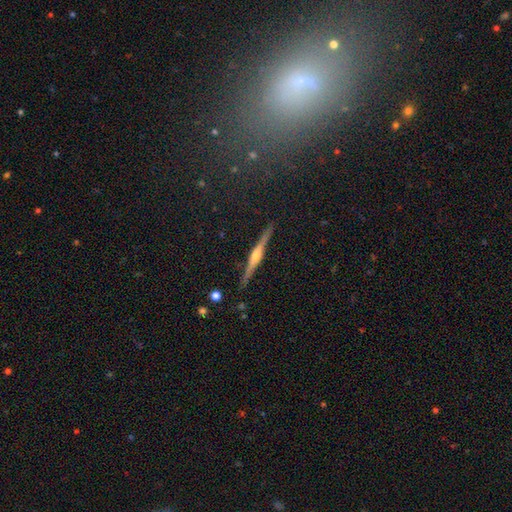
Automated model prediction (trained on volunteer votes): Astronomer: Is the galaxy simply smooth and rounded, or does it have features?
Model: featured or disk — 80%.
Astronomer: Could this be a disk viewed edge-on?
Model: yes — 98%.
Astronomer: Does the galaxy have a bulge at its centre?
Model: rounded — 86%.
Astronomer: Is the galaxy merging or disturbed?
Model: none — 90%.